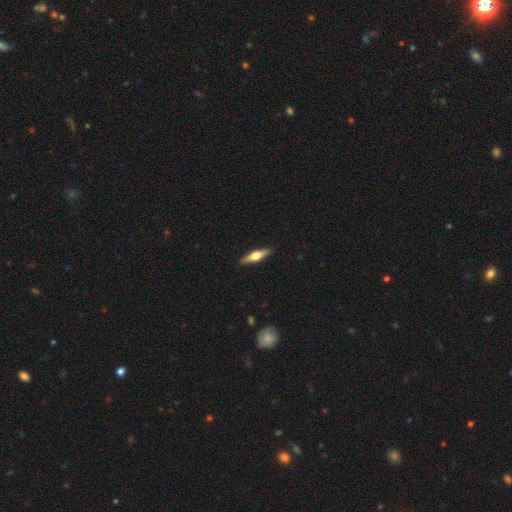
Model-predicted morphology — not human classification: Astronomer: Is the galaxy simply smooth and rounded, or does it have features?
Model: featured or disk — 60% (runner-up: smooth, 35%).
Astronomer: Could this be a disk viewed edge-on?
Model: yes — 95%.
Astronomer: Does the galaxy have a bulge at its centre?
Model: rounded — 94%.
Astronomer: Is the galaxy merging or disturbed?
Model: none — 91%.